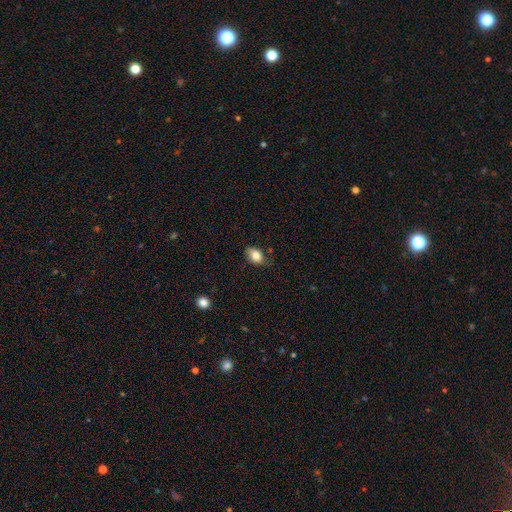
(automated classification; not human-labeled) Smooth or featured: smooth — 79% (featured or disk — 13%)
How rounded: in between — 85% (round — 13%)
Merging: none — 66% (minor disturbance — 26%)